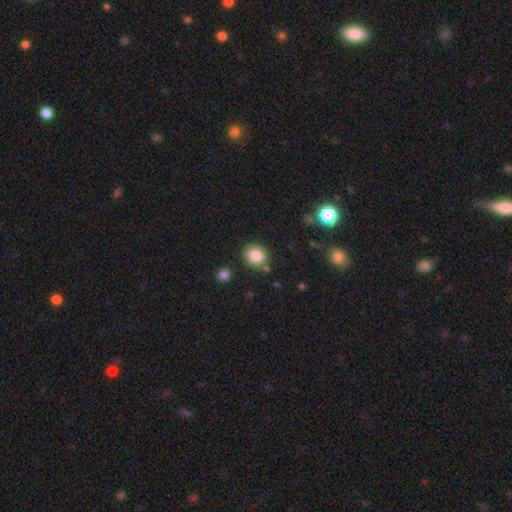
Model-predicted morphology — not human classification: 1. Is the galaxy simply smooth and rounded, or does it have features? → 85% smooth, 10% star or artifact, 6% featured or disk.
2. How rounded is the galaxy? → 75% round, 25% in between, 1% cigar-shaped.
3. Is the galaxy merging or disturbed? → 83% none, 10% minor disturbance, 5% merger, 3% major disturbance.